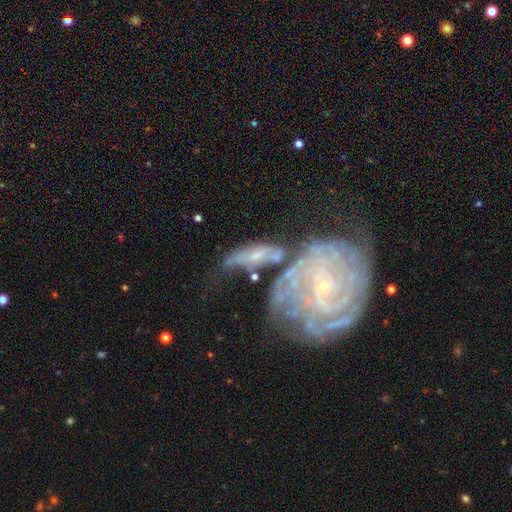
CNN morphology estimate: Smooth or featured: featured or disk — 73% (smooth — 18%)
Edge-on disk: no — 87% (yes — 13%)
Bar: no — 65% (weak — 24%)
Spiral arms: yes — 83% (no — 17%)
Spiral winding: tight — 59% (medium — 28%)
Spiral arm count: can't tell — 42% (2 — 24%)
Bulge size: small — 74% (moderate — 19%)
Merging: none — 39% (merger — 26%)